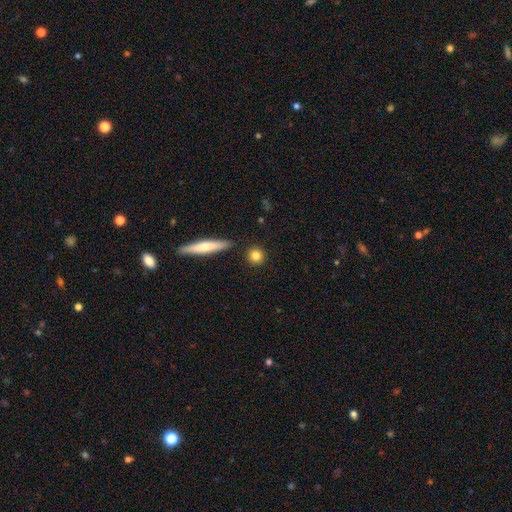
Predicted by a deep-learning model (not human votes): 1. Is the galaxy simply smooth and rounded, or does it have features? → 81% smooth, 9% star or artifact, 9% featured or disk.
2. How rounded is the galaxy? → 88% round, 8% in between, 4% cigar-shaped.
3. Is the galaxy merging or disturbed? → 88% none, 7% minor disturbance, 3% merger, 2% major disturbance.